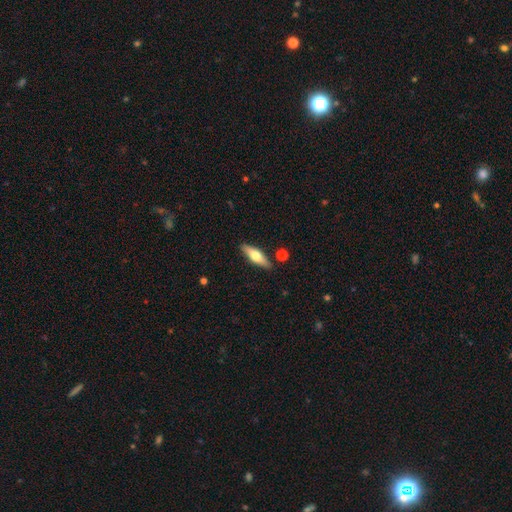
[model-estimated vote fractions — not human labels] Q: Smooth or featured?
A: smooth (52%); runner-up: featured or disk (42%)
Q: How rounded?
A: cigar-shaped (53%); runner-up: in between (45%)
Q: Merging?
A: none (86%); runner-up: minor disturbance (9%)